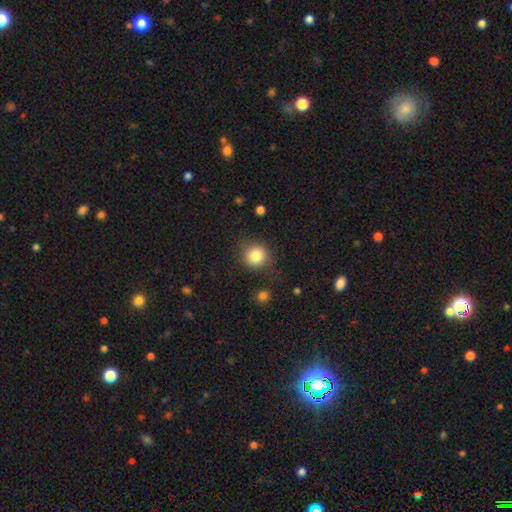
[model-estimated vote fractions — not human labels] Smooth or featured: smooth — 83% (star or artifact — 10%)
How rounded: round — 87% (in between — 12%)
Merging: none — 80% (minor disturbance — 13%)